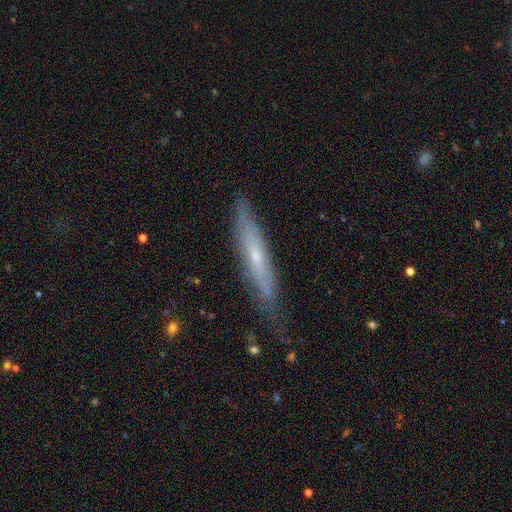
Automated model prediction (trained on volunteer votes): Smooth or featured? featured or disk (58%)
Edge-on disk? yes (73%)
Merging? none (66%)